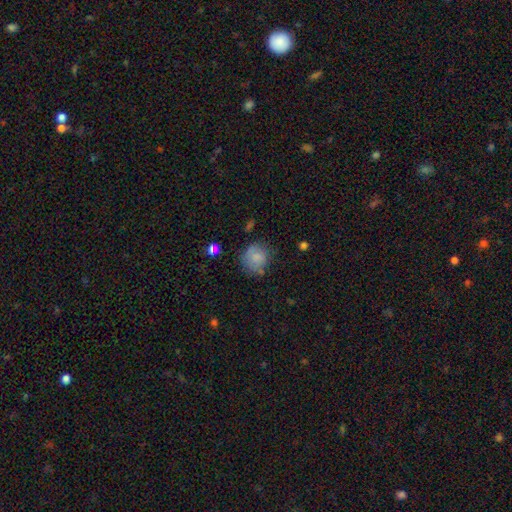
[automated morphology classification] smooth 74%, featured or disk 16%, star or artifact 10%. Down the decision tree: how rounded — round (81%); merging — none (65%).